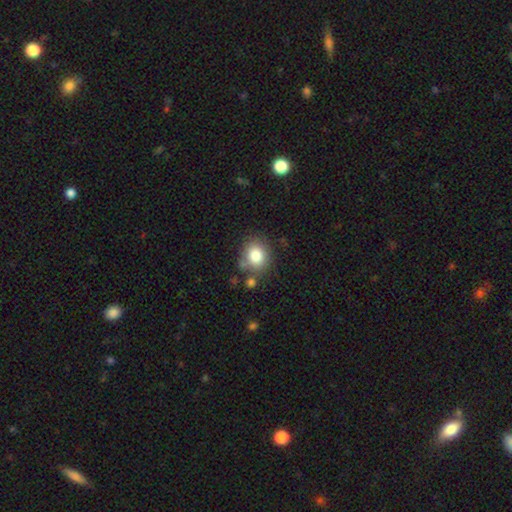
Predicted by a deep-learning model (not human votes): A smooth galaxy with no disk features (81%) that is round (68%).

Vote fractions:
- Smooth or featured? smooth: 81% / star or artifact: 10% / featured or disk: 9%
- How rounded? round: 68% / in between: 31% / cigar-shaped: 1%
- Merging? none: 73% / minor disturbance: 14% / merger: 8% / major disturbance: 4%